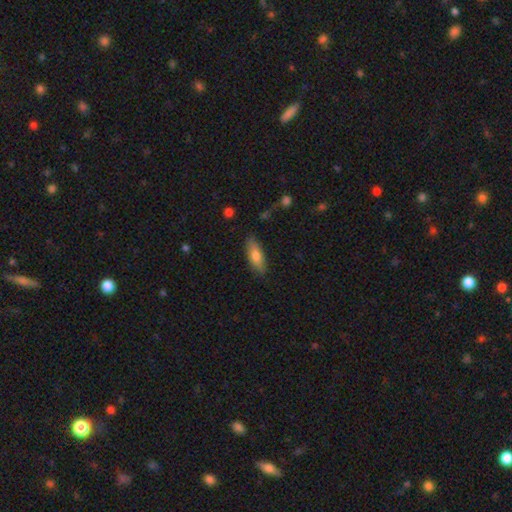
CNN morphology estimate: Smooth or featured? smooth (76%)
How rounded? in between (63%)
Merging? none (83%)